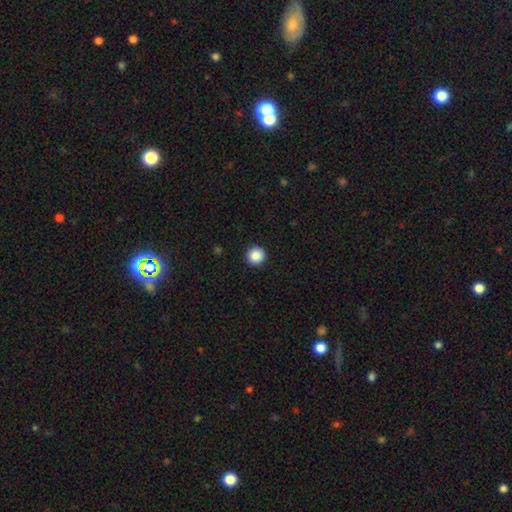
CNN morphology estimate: Smooth or featured? smooth (88%)
How rounded? round (95%)
Merging? none (93%)